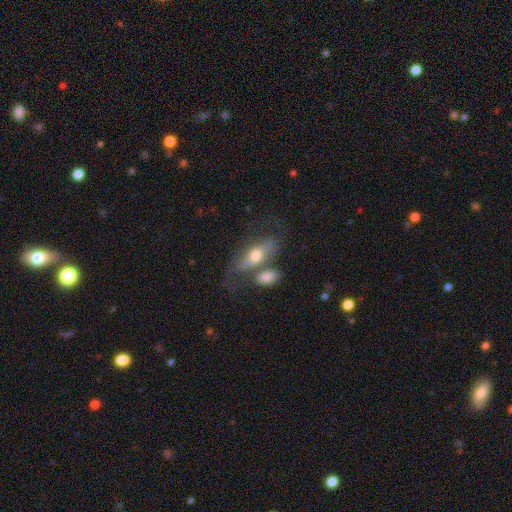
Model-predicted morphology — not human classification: smooth_or_featured: featured or disk (p=0.48) [alt: smooth p=0.44]
merging: none (p=0.39) [alt: merger p=0.32]